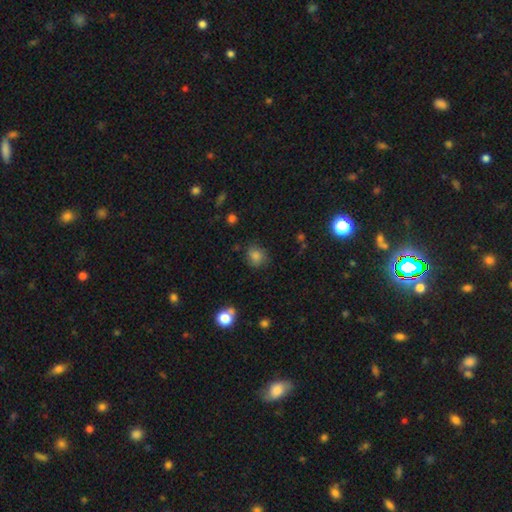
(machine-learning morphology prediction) A smooth galaxy with no disk features (79%) that is round (77%). Merging: none (77%).